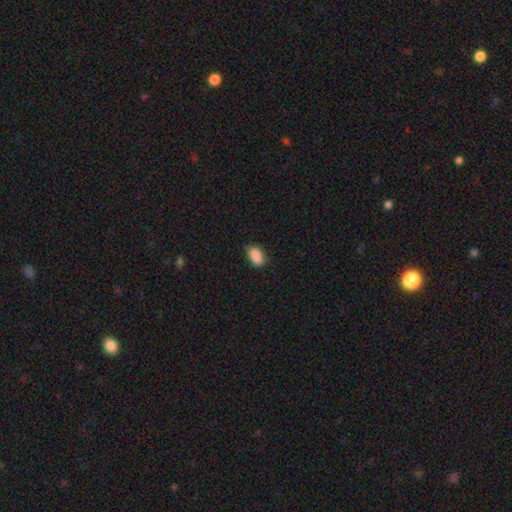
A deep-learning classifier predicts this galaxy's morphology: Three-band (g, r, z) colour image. It shows a smooth galaxy with no disk features (87%) that is in between round and cigar-shaped (90%). Merging: none (72%).